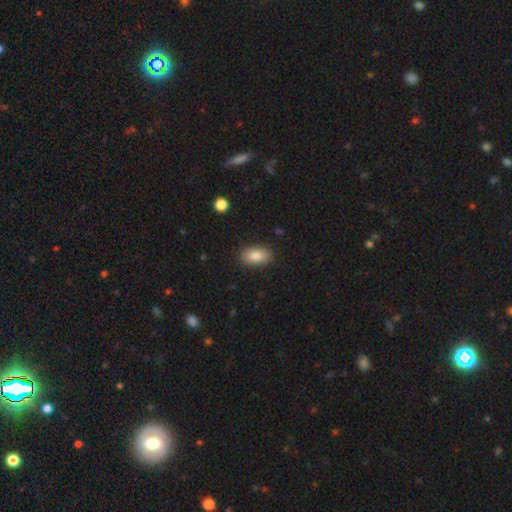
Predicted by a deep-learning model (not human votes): Q: Smooth or featured?
A: smooth (86%); runner-up: featured or disk (7%)
Q: How rounded?
A: in between (92%); runner-up: round (4%)
Q: Merging?
A: none (88%); runner-up: minor disturbance (9%)